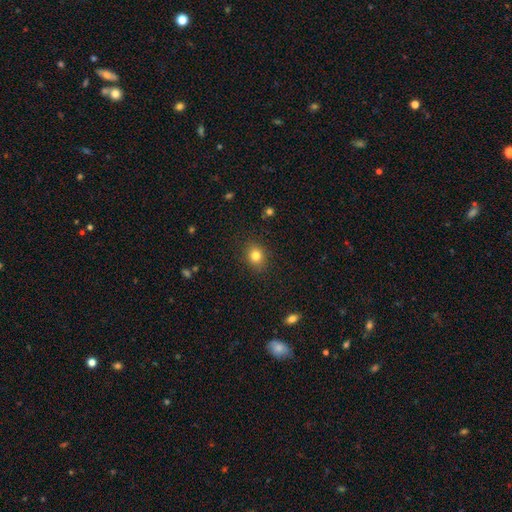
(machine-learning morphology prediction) smooth 82%, star or artifact 12%, featured or disk 7%. Down the decision tree: how rounded — round (64%); merging — none (88%).